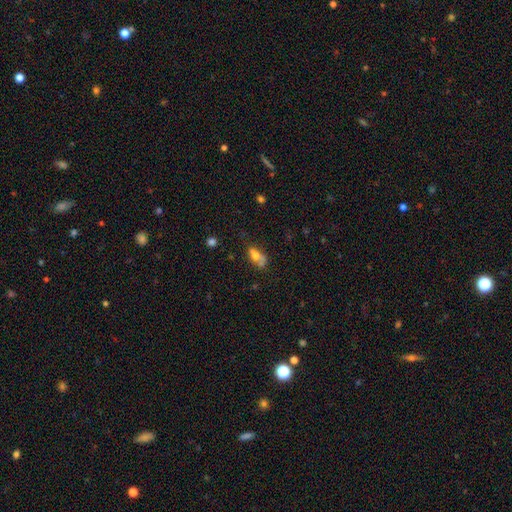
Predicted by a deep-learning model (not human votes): Morphology: type=smooth (63%); roundness=in between (73%); merging=merger (40%).